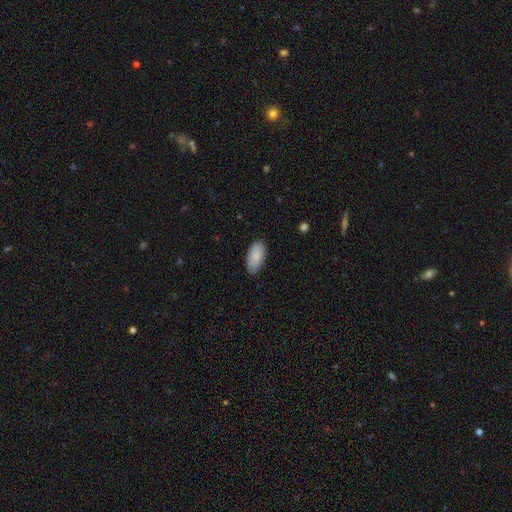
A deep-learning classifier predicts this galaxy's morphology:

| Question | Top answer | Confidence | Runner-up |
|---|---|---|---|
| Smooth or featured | smooth | 86% | featured or disk (8%) |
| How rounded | in between | 93% | cigar-shaped (4%) |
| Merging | none | 82% | minor disturbance (14%) |